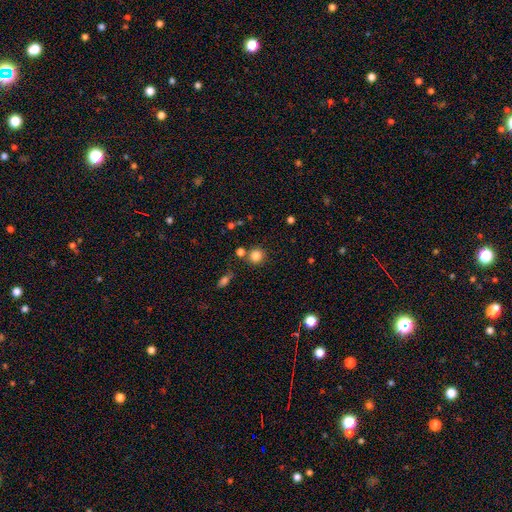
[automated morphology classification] Smooth or featured: smooth — 83% (star or artifact — 12%)
How rounded: round — 91% (in between — 8%)
Merging: none — 78% (merger — 11%)